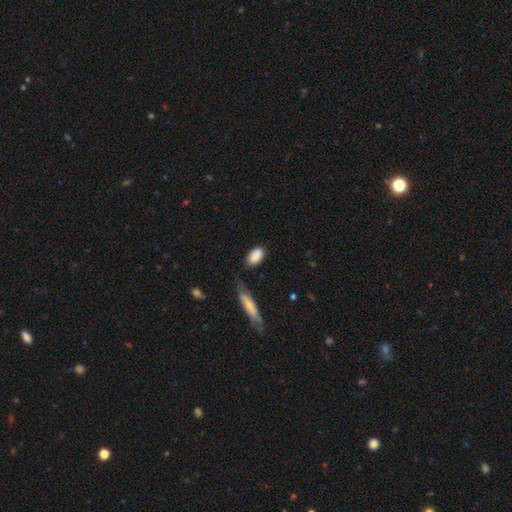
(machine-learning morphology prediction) This appears to be a smooth galaxy with no disk features (87%) that is in between round and cigar-shaped (90%). Merging: none (69%).